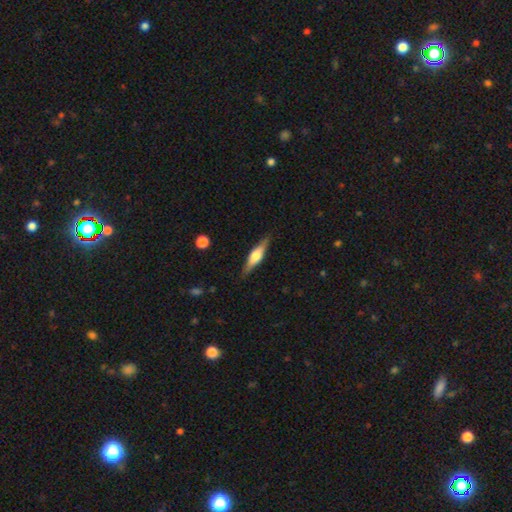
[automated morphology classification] type=featured or disk (62%); edge-on=yes (96%); edge-on bulge=rounded (87%); merging=none (88%).